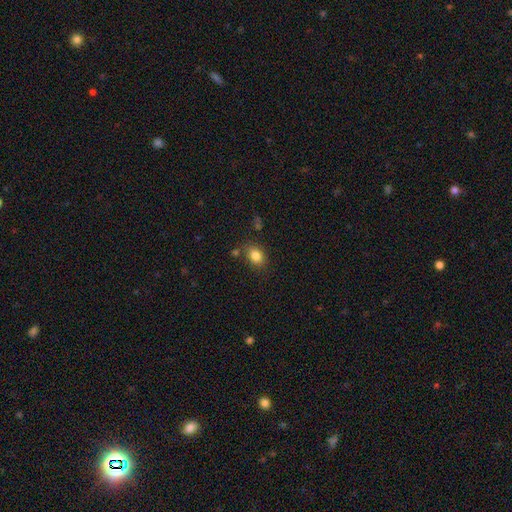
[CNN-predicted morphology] smooth-or-featured: smooth: 84% | star or artifact: 10% | featured or disk: 7%
  how-rounded: in between: 69% | round: 29% | cigar-shaped: 1%
  merging: none: 77% | minor disturbance: 14% | merger: 6% | major disturbance: 4%